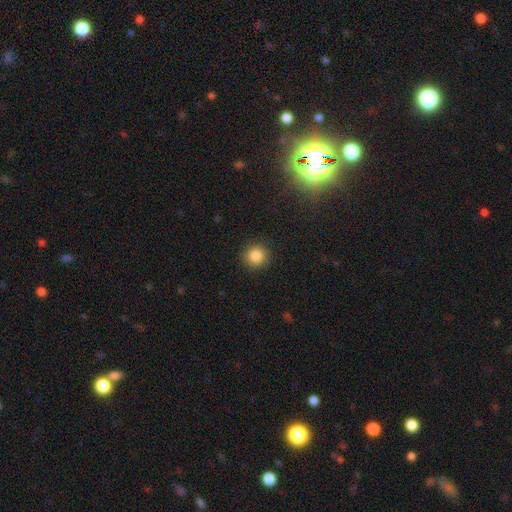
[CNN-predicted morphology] Smooth or featured: smooth — 85% (star or artifact — 10%)
How rounded: round — 93% (in between — 6%)
Merging: none — 91% (minor disturbance — 6%)